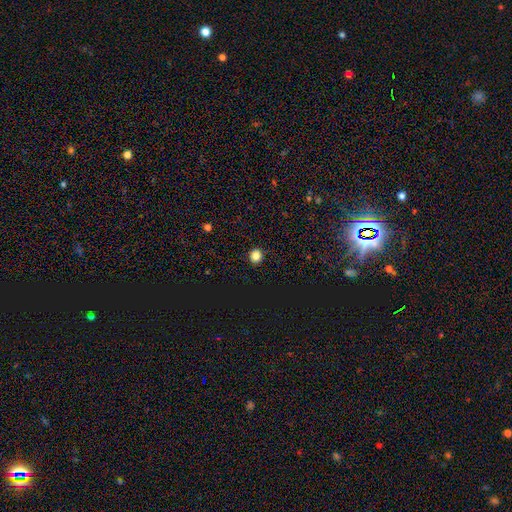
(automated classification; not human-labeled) Q: Smooth or featured?
A: smooth (82%); runner-up: star or artifact (14%)
Q: How rounded?
A: round (86%); runner-up: in between (13%)
Q: Merging?
A: none (91%); runner-up: minor disturbance (6%)